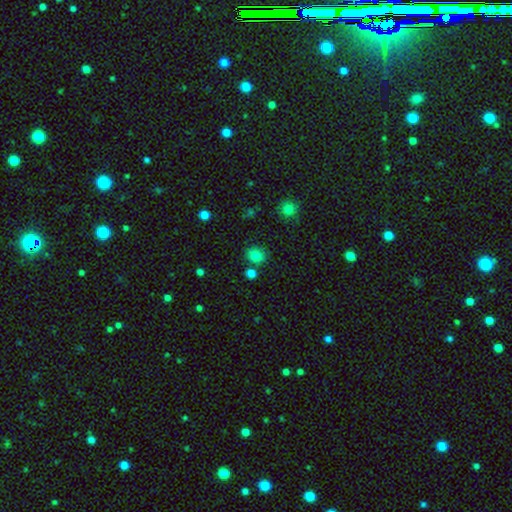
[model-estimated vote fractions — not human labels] Smooth or featured?
  - smooth: 82% *
  - star or artifact: 12%
  - featured or disk: 6%
How rounded?
  - round: 69% *
  - in between: 30%
  - cigar-shaped: 1%
Merging?
  - none: 79% *
  - minor disturbance: 10%
  - merger: 8%
  - major disturbance: 3%